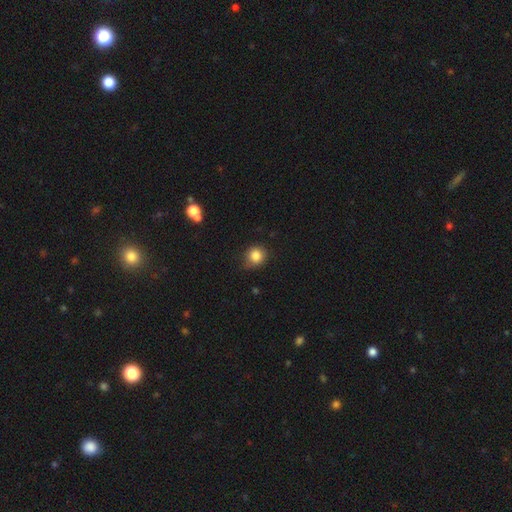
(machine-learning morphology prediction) This appears to be a smooth galaxy with no disk features (84%) that is round (85%). Merging: none (69%).